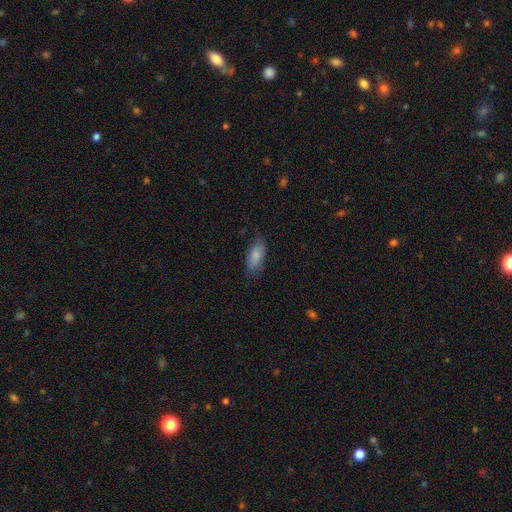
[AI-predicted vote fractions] Morphology: type=smooth (83%); roundness=in between (87%); merging=none (75%).